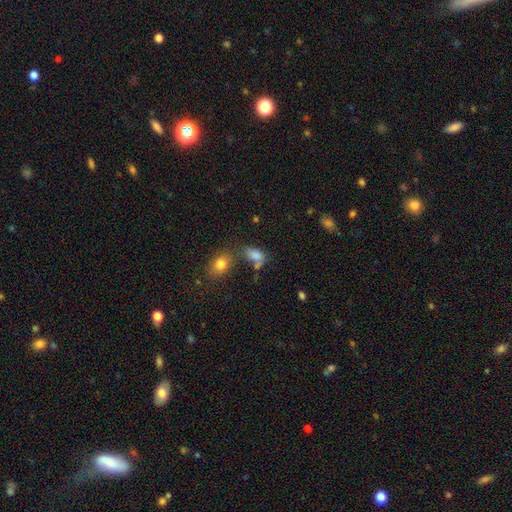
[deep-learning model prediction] Smooth or featured? Predicted: smooth (p=0.78). How rounded? Predicted: in between (p=0.87). Merging? Predicted: none (p=0.42).